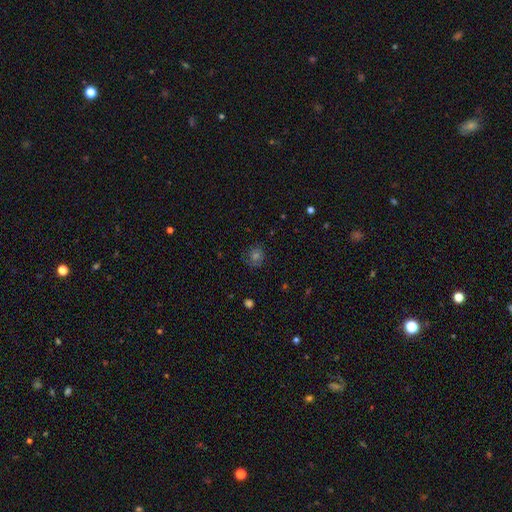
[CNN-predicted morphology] Smooth or featured? Predicted: smooth (p=0.51). How rounded? Predicted: round (p=0.86). Merging? Predicted: none (p=0.80).